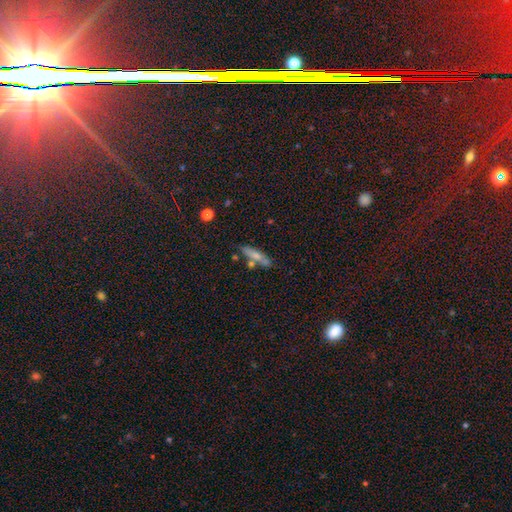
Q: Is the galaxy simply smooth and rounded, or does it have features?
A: smooth — 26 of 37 (70%).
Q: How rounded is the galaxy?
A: cigar-shaped — 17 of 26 (65%).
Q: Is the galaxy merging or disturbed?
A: none — 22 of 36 (61%).